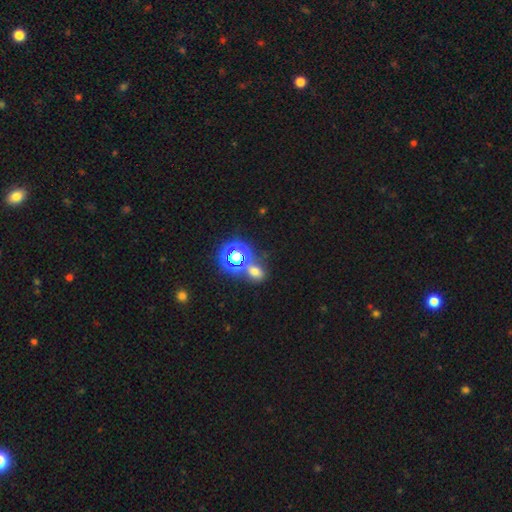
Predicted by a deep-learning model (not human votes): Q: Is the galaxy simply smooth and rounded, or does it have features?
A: star or artifact — 55%.